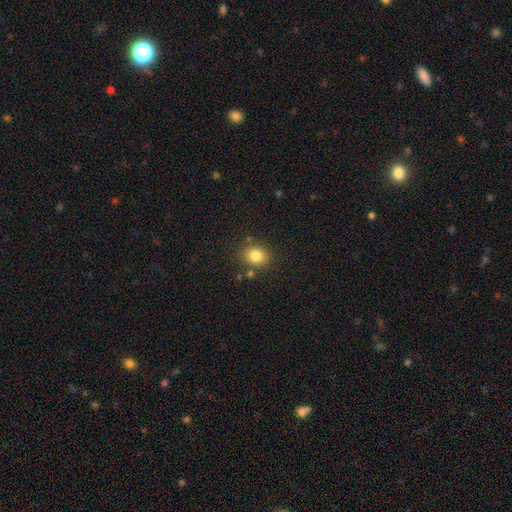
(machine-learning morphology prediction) This is clearly a smooth galaxy (82%). How rounded: likely round (69%). Merging: clearly none (81%).